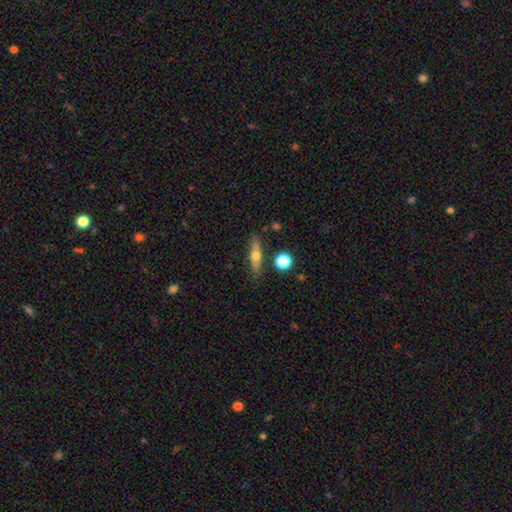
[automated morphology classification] Smooth or featured? smooth (53%)
How rounded? cigar-shaped (60%)
Merging? none (80%)